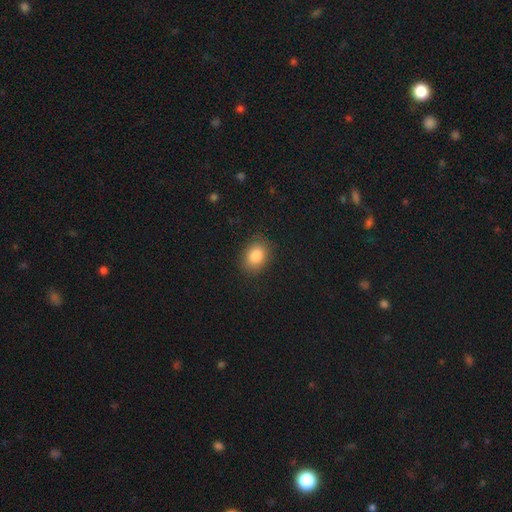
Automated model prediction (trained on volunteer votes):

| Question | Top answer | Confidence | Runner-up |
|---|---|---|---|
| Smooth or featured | smooth | 85% | star or artifact (9%) |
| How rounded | in between | 61% | round (38%) |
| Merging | none | 87% | minor disturbance (10%) |